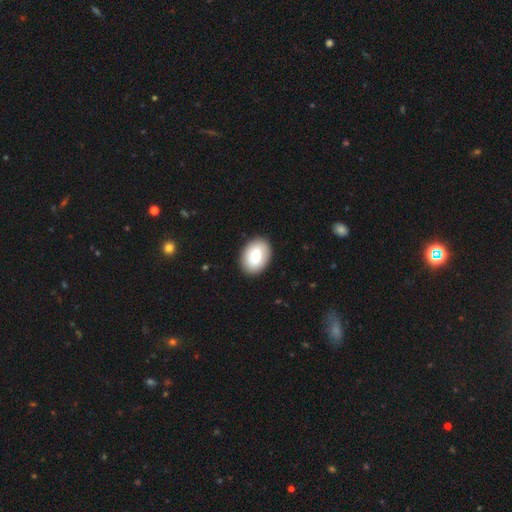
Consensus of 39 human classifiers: Volunteers were most divided on "how rounded": in between: 73%, round: 27%, cigar-shaped: 0%. More confident: merging — none (87%); smooth or featured — smooth (85%).